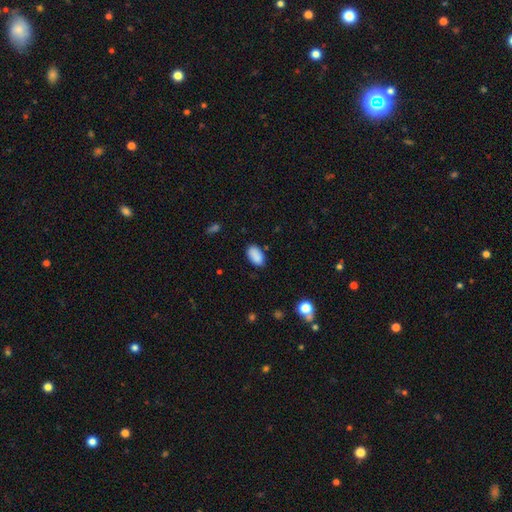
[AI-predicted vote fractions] Q: Smooth or featured?
A: smooth (88%); runner-up: star or artifact (8%)
Q: How rounded?
A: in between (94%); runner-up: round (4%)
Q: Merging?
A: none (81%); runner-up: minor disturbance (14%)